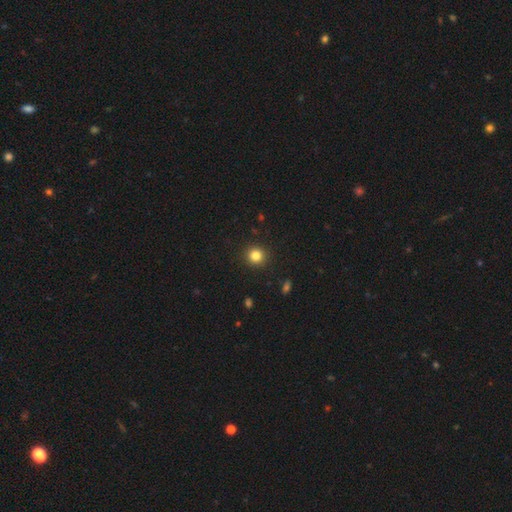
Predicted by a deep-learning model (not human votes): This appears to be a smooth galaxy with no disk features (83%) that is round (92%). Merging: none (92%).